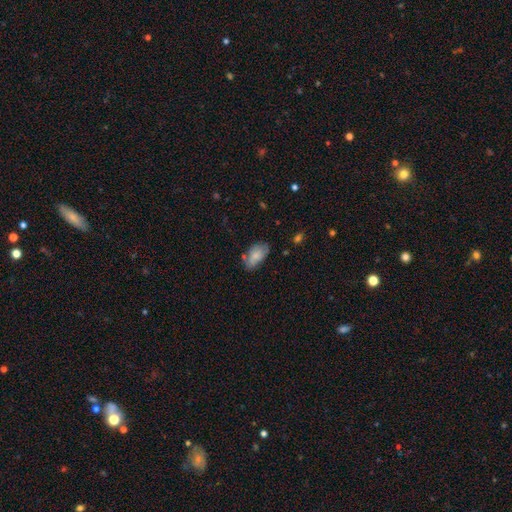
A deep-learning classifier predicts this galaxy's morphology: Smooth or featured?
  - smooth: 76% *
  - featured or disk: 17%
  - star or artifact: 7%
How rounded?
  - in between: 93% *
  - round: 5%
  - cigar-shaped: 2%
Merging?
  - none: 61% *
  - minor disturbance: 27%
  - major disturbance: 6%
  - merger: 6%